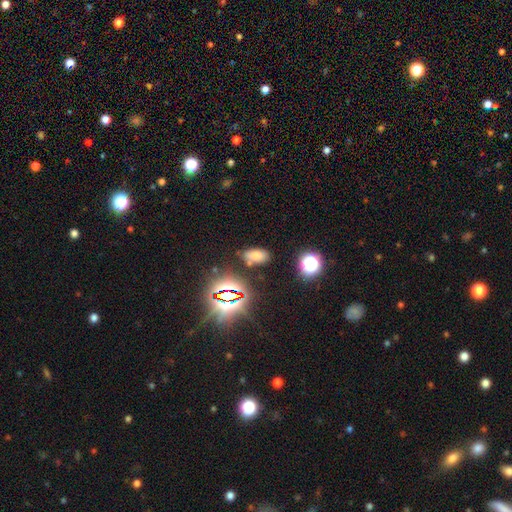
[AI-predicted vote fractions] smooth_or_featured: smooth (p=0.66) [alt: star or artifact p=0.25]
how_rounded: in between (p=0.89) [alt: round p=0.07]
merging: none (p=0.73) [alt: minor disturbance p=0.15]